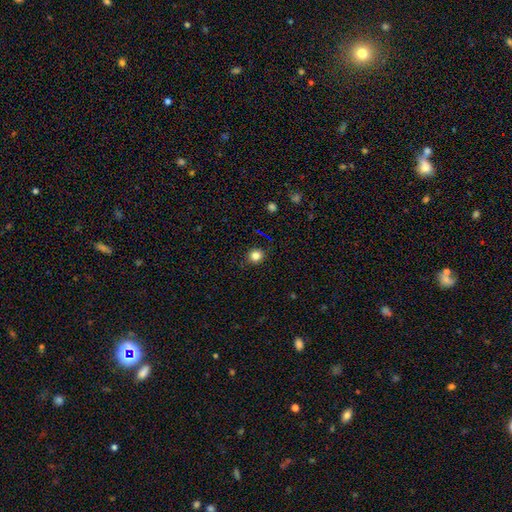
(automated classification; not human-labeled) Overall: smooth (82%). How rounded: round (85%). Merging: none (89%).